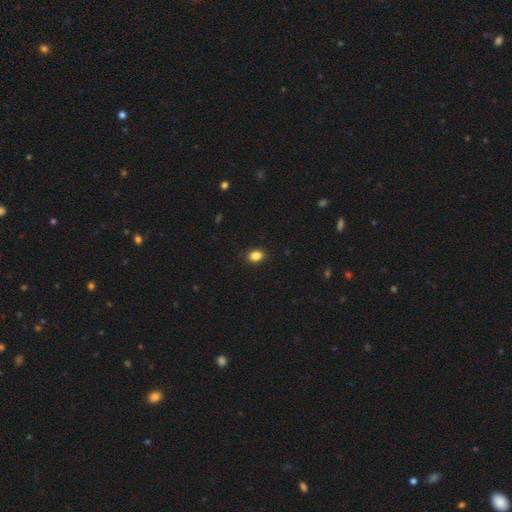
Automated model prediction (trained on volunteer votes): Smooth or featured? Predicted: smooth (p=0.86). How rounded? Predicted: in between (p=0.61). Merging? Predicted: none (p=0.87).